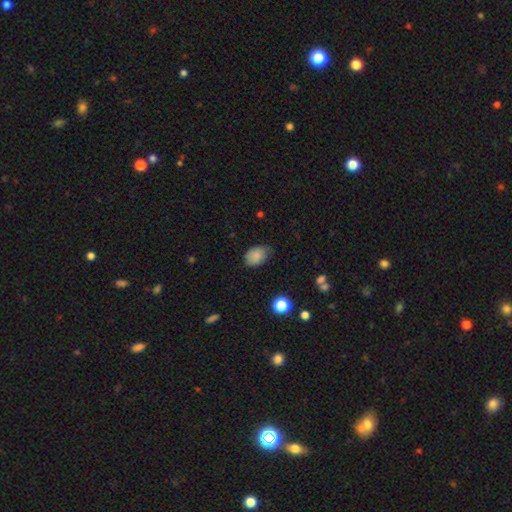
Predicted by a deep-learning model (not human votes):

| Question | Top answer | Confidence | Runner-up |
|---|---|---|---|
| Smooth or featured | smooth | 84% | star or artifact (9%) |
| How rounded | in between | 75% | round (24%) |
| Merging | none | 62% | minor disturbance (31%) |